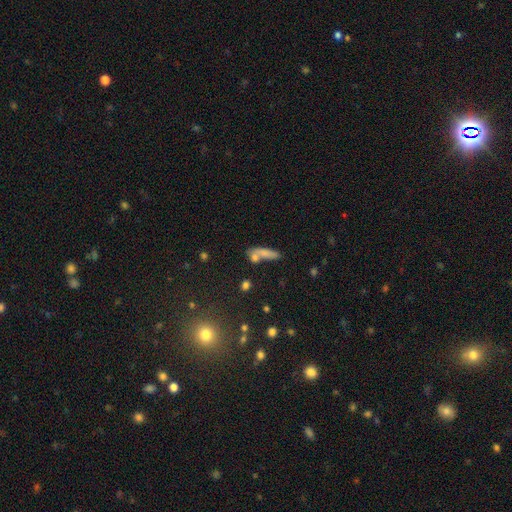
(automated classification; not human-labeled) Morphology: type=smooth (72%); roundness=cigar-shaped (58%); merging=none (49%).